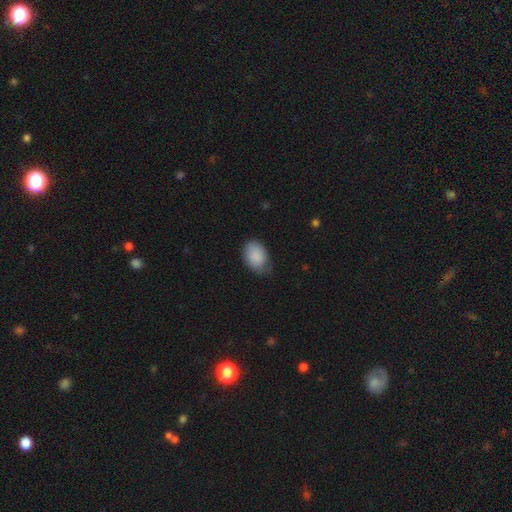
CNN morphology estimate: This appears to be a smooth galaxy with no disk features (87%) that is in between round and cigar-shaped (82%). Merging: none (63%).